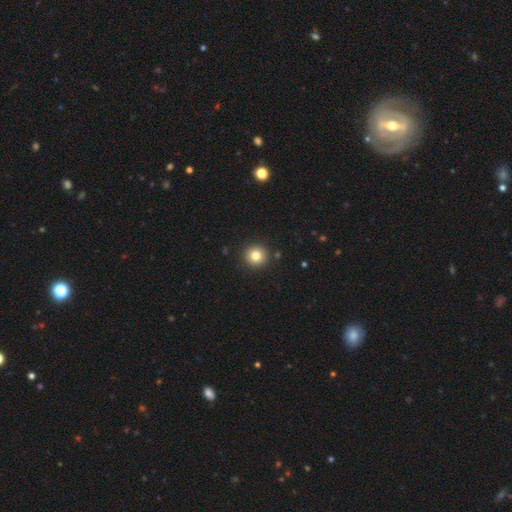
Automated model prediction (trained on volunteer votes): This appears to be a smooth galaxy with no disk features (81%) that is round (94%). Merging: none (91%).